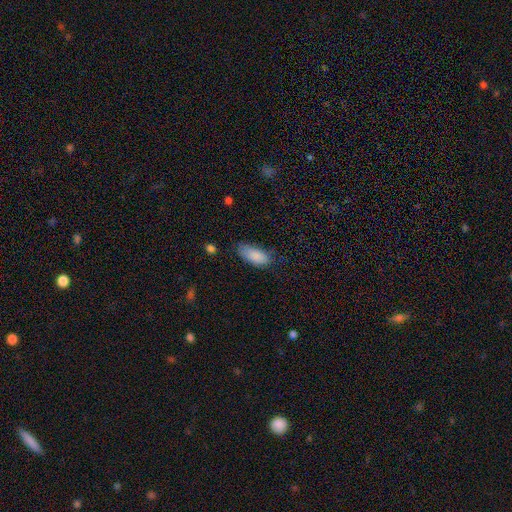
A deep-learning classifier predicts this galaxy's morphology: smooth 87%, star or artifact 7%, featured or disk 6%. Down the decision tree: how rounded — in between (87%); merging — none (61%).